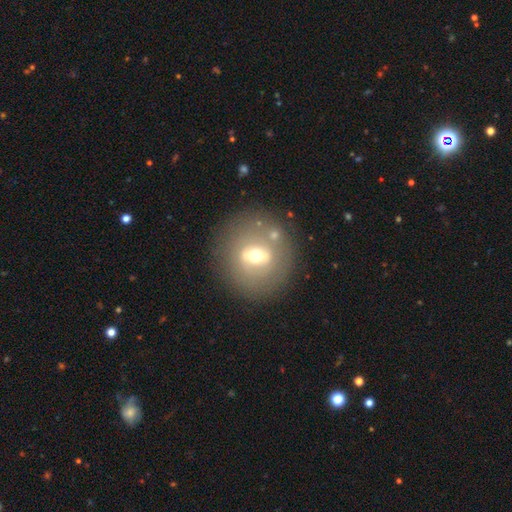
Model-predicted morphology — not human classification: A featured or disk galaxy (48%).

Vote fractions:
- Smooth or featured? featured or disk: 48% / smooth: 42% / star or artifact: 10%
- Merging? none: 81% / minor disturbance: 10% / major disturbance: 5% / merger: 4%